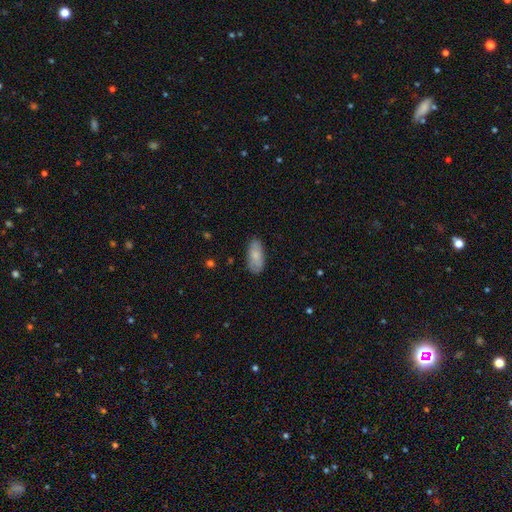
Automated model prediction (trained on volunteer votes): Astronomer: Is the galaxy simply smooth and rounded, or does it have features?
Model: smooth — 83%.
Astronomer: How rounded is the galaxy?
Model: in between — 89%.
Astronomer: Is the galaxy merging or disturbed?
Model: none — 82%.